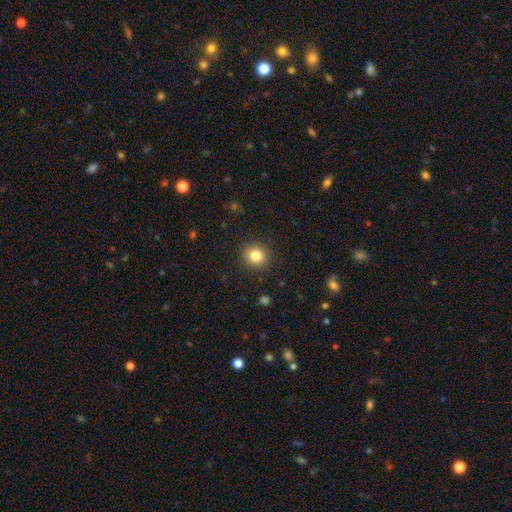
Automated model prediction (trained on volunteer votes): Smooth or featured: smooth — 83% (star or artifact — 11%)
How rounded: round — 86% (in between — 13%)
Merging: none — 90% (minor disturbance — 6%)